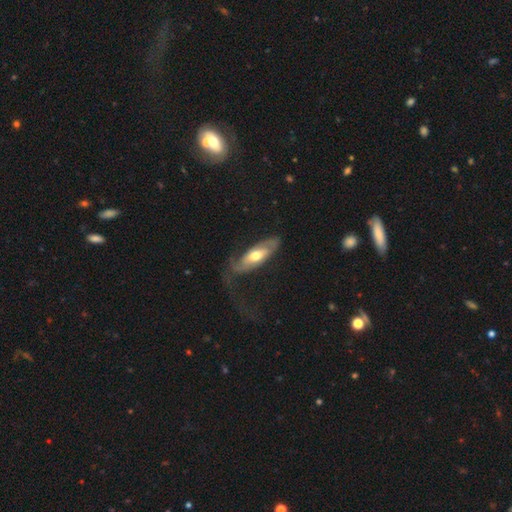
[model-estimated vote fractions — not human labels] Smooth or featured: featured or disk — 57% (smooth — 38%)
Edge-on disk: no — 76% (yes — 24%)
Merging: none — 42% (major disturbance — 32%)